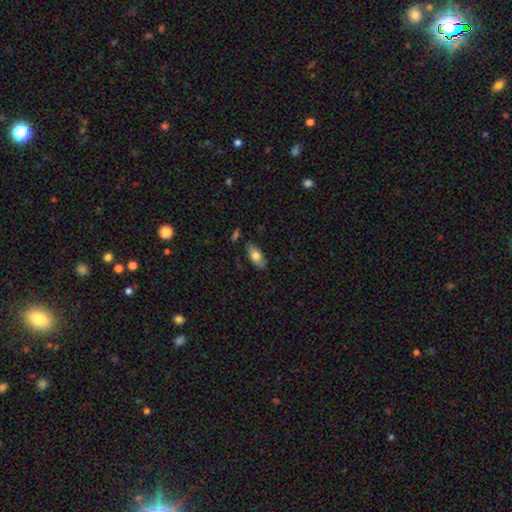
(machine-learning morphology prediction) This appears to be a smooth galaxy with no disk features (75%) that is in between round and cigar-shaped (88%). Merging: none (82%).